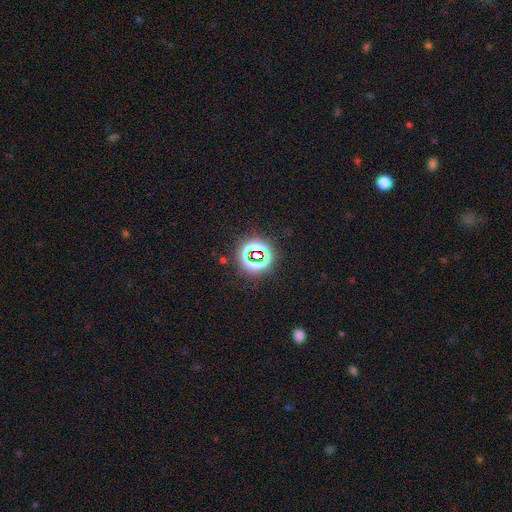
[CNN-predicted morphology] Q: Smooth or featured?
A: star or artifact (73%); runner-up: smooth (19%)